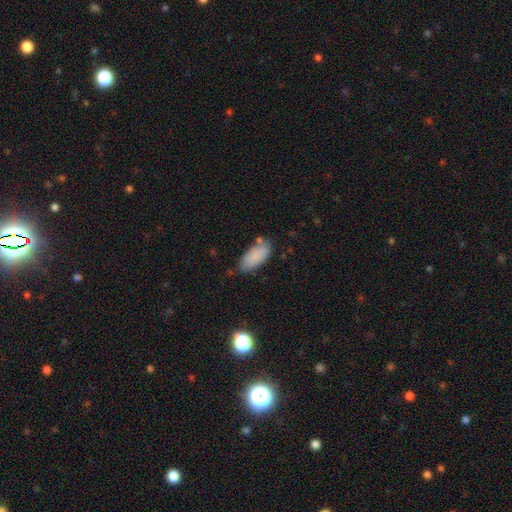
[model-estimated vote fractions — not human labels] smooth_or_featured: smooth (p=0.86) [alt: star or artifact p=0.07]
how_rounded: in between (p=0.88) [alt: cigar-shaped p=0.10]
merging: none (p=0.67) [alt: minor disturbance p=0.23]